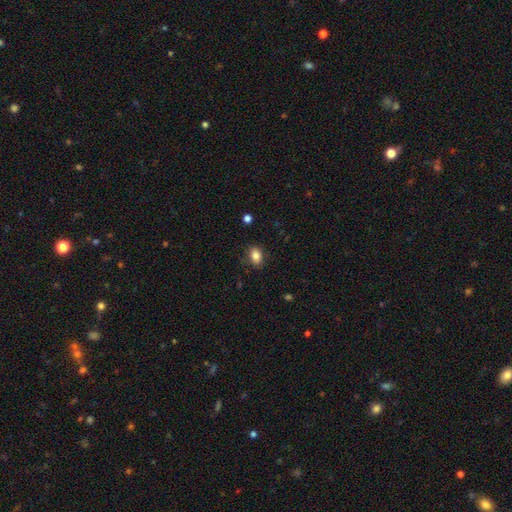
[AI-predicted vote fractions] This is clearly a smooth galaxy (85%). How rounded: likely in between (79%). Merging: clearly none (86%).